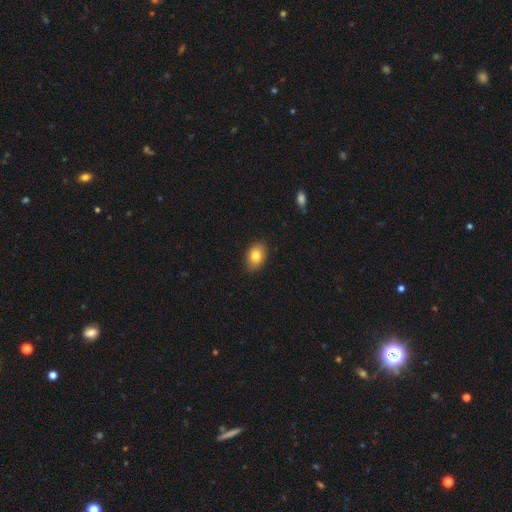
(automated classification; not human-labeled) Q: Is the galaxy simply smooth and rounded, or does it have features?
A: smooth — 83%.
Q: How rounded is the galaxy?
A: in between — 80%.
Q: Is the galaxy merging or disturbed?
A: none — 87%.